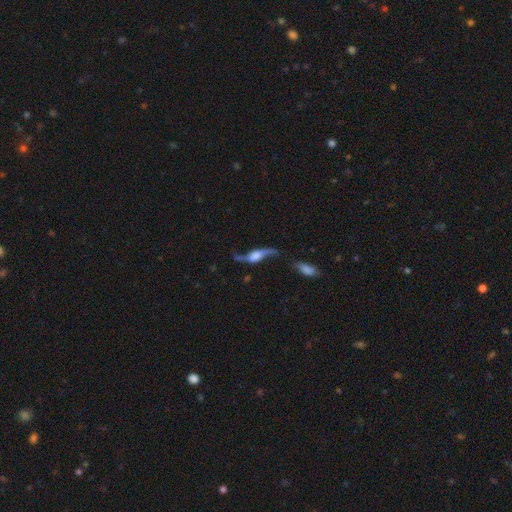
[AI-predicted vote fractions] Smooth or featured?
  - featured or disk: 75% *
  - smooth: 16%
  - star or artifact: 9%
Edge-on disk?
  - no: 60% *
  - yes: 40%
Merging?
  - none: 48% *
  - minor disturbance: 19%
  - merger: 17%
  - major disturbance: 16%